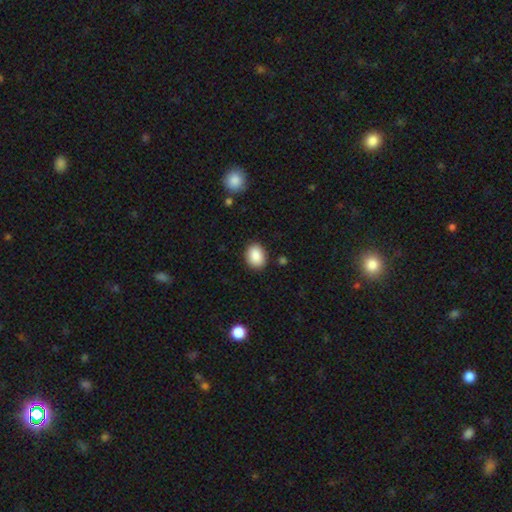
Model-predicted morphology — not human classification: Q: Smooth or featured?
A: smooth (89%); runner-up: star or artifact (8%)
Q: How rounded?
A: in between (66%); runner-up: round (33%)
Q: Merging?
A: none (86%); runner-up: minor disturbance (10%)